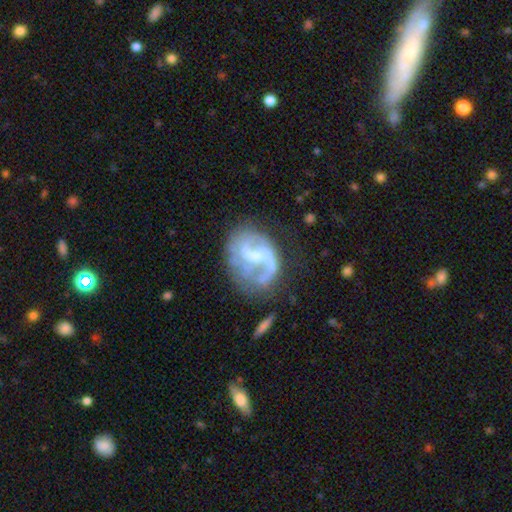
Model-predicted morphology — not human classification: Smooth or featured: featured or disk — 87% (smooth — 8%)
Edge-on disk: no — 98% (yes — 2%)
Bar: weak — 53% (no — 25%)
Spiral arms: yes — 94% (no — 6%)
Spiral winding: loose — 46% (medium — 43%)
Spiral arm count: 2 — 80% (can't tell — 7%)
Bulge size: small — 52% (moderate — 28%)
Merging: none — 55% (minor disturbance — 21%)